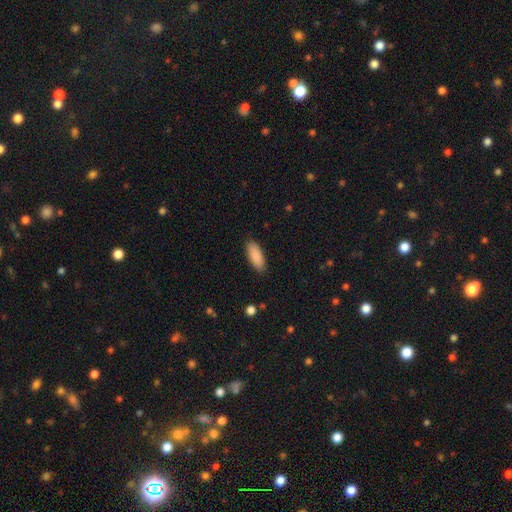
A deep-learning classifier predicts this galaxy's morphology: smooth 89%, star or artifact 6%, featured or disk 5%. Down the decision tree: how rounded — in between (76%); merging — none (88%).